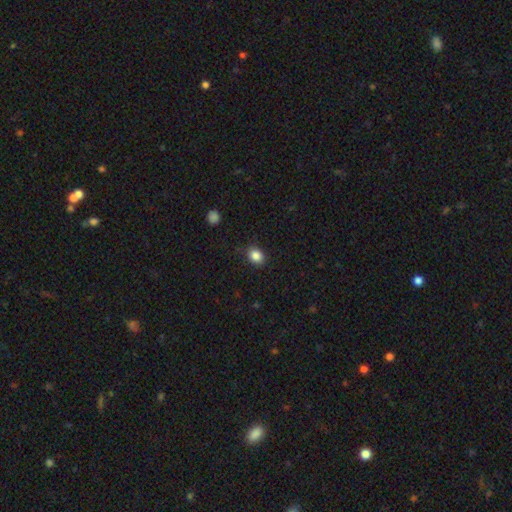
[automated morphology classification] Q: Smooth or featured?
A: smooth (86%); runner-up: star or artifact (10%)
Q: How rounded?
A: in between (52%); runner-up: round (47%)
Q: Merging?
A: none (86%); runner-up: minor disturbance (10%)